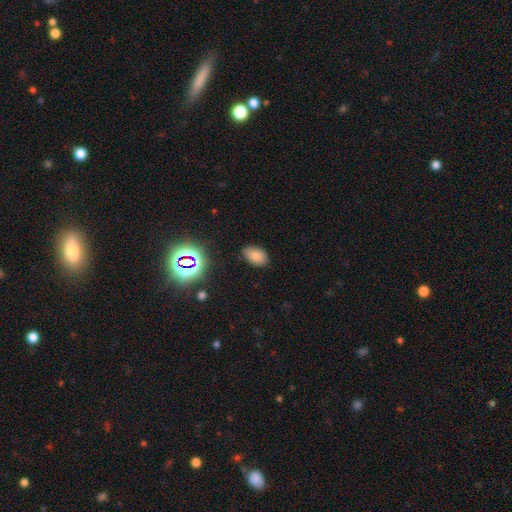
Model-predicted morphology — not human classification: This is likely a smooth galaxy (78%). How rounded: clearly in between (90%). Merging: clearly none (84%).